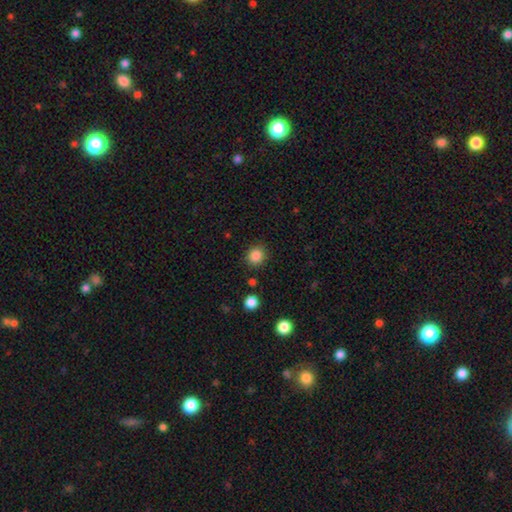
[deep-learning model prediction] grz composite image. It shows a smooth galaxy with no disk features (86%) that is round (86%). Merging: none (88%).